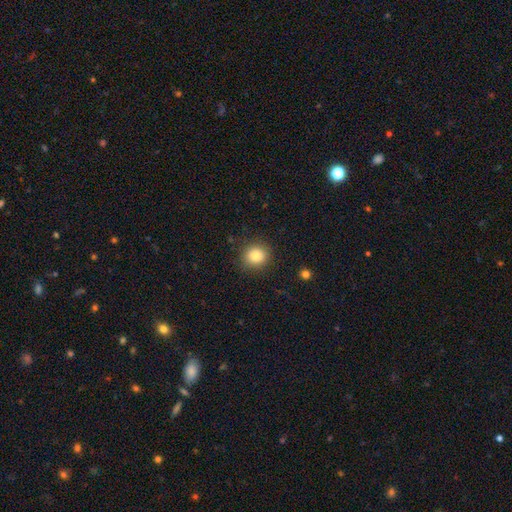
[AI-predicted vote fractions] Morphology: type=smooth (82%); roundness=round (87%); merging=none (89%).